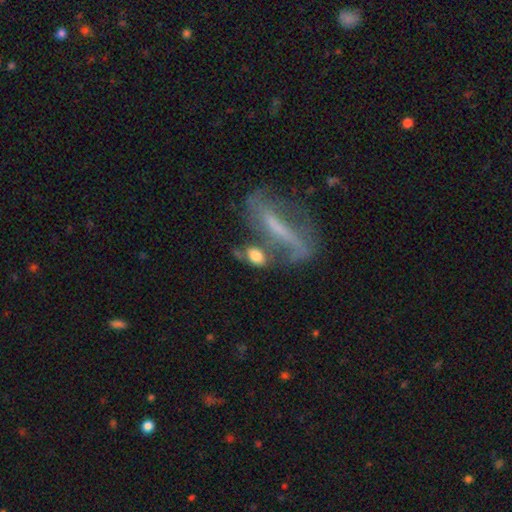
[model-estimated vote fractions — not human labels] A smooth galaxy with no disk features (66%) that is in between round and cigar-shaped (77%).

Vote fractions:
- Smooth or featured? smooth: 66% / featured or disk: 24% / star or artifact: 9%
- How rounded? in between: 77% / round: 13% / cigar-shaped: 10%
- Merging? none: 36% / merger: 30% / minor disturbance: 17% / major disturbance: 17%